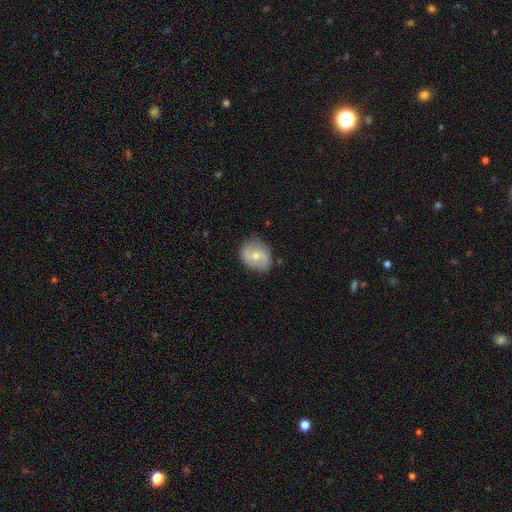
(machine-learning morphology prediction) Smooth or featured: featured or disk — 56% (smooth — 37%)
Edge-on disk: no — 97% (yes — 3%)
Bar: no — 55% (weak — 37%)
Spiral arms: yes — 82% (no — 18%)
Bulge size: moderate — 53% (small — 42%)
Merging: none — 78% (minor disturbance — 17%)